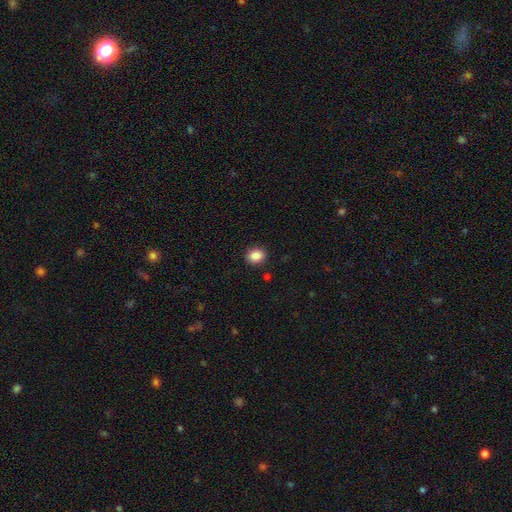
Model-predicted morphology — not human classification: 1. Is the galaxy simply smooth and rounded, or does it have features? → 87% smooth, 9% star or artifact, 4% featured or disk.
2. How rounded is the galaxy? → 50% round, 49% in between, 1% cigar-shaped.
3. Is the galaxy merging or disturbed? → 90% none, 7% minor disturbance, 2% major disturbance, 1% merger.